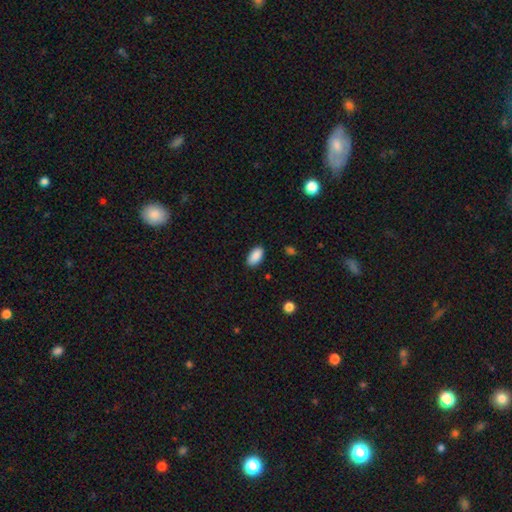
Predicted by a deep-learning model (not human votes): smooth-or-featured: smooth: 89% | star or artifact: 7% | featured or disk: 4%
  how-rounded: in between: 95% | round: 3% | cigar-shaped: 2%
  merging: none: 86% | minor disturbance: 10% | major disturbance: 2% | merger: 1%